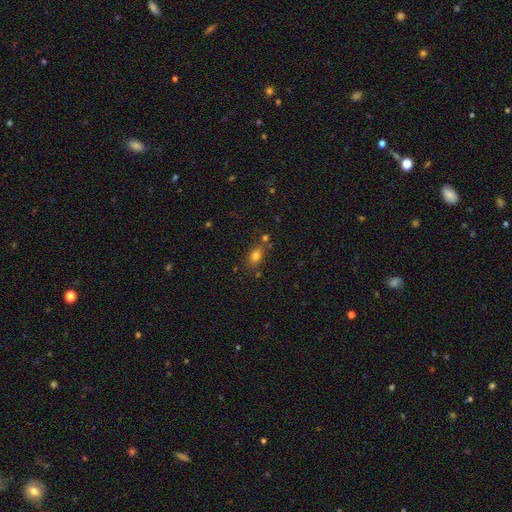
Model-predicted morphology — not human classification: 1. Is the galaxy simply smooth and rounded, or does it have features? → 78% smooth, 13% star or artifact, 9% featured or disk.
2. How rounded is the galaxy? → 76% in between, 22% round, 3% cigar-shaped.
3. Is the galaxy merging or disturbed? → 69% none, 14% minor disturbance, 13% merger, 4% major disturbance.